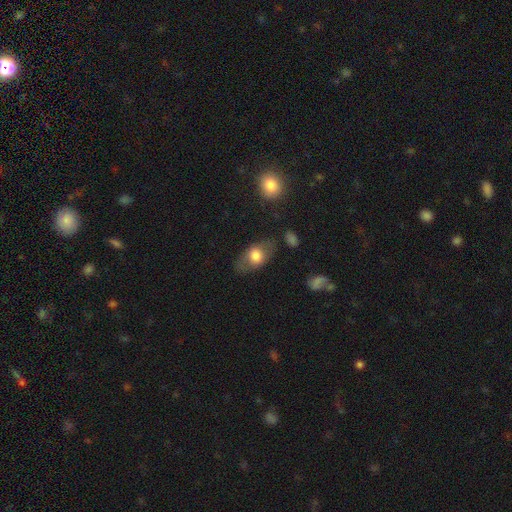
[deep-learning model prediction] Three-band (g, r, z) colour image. It shows a smooth galaxy with no disk features (62%) that is in between round and cigar-shaped (81%). Merging: none (71%).